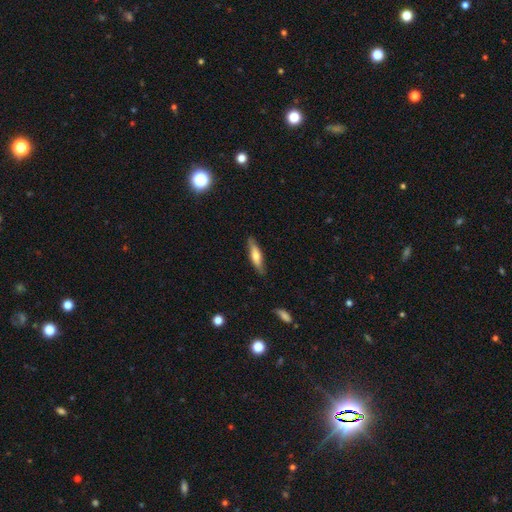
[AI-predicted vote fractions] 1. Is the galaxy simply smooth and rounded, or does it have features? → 61% smooth, 33% featured or disk, 6% star or artifact.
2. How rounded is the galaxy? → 71% cigar-shaped, 27% in between, 2% round.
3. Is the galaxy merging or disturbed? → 83% none, 13% minor disturbance, 2% major disturbance, 1% merger.